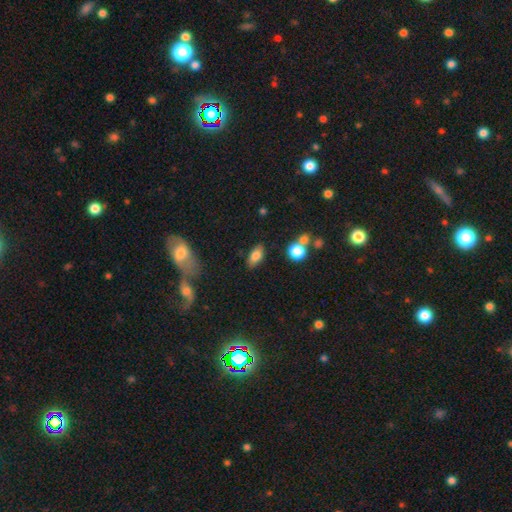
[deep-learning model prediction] Morphology: type=smooth (79%); roundness=in between (89%); merging=none (78%).